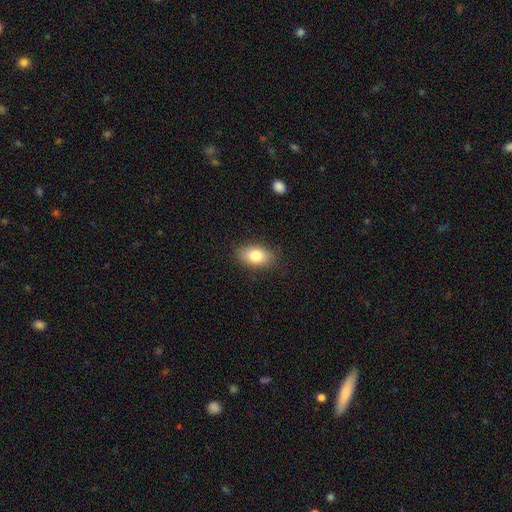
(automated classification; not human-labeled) This is clearly a smooth galaxy (81%). How rounded: clearly in between (89%). Merging: clearly none (86%).